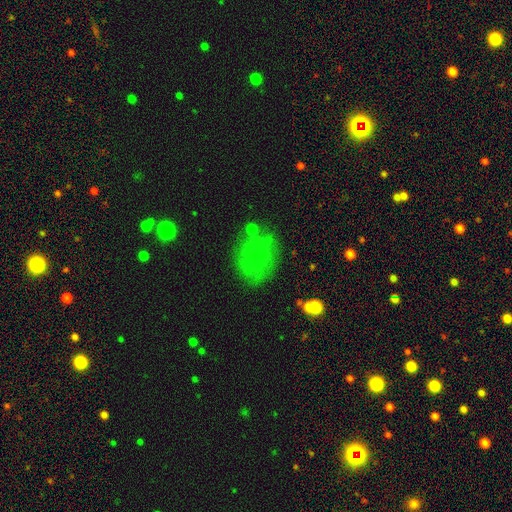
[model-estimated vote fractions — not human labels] The model was most divided on "how rounded" (2-way tie): in between: 49%, round: 49%, cigar-shaped: 2%. More confident: merging — none (73%); smooth or featured — smooth (65%).